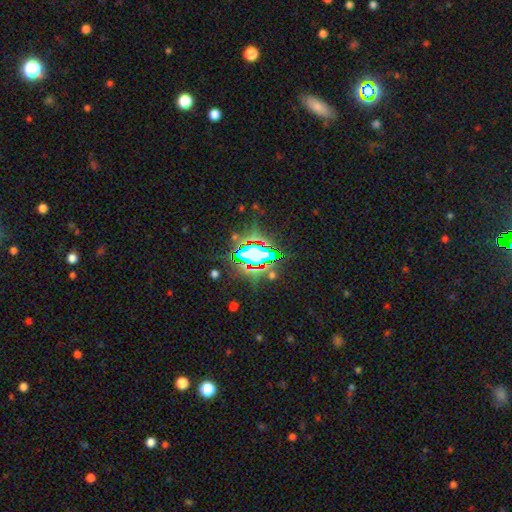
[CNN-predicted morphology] Smooth or featured?
  - star or artifact: 69% *
  - smooth: 19%
  - featured or disk: 12%